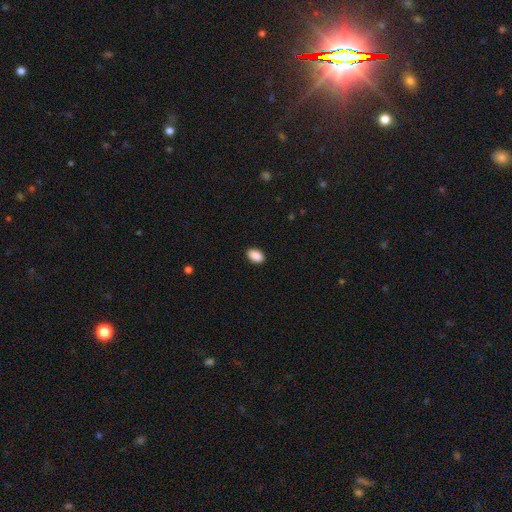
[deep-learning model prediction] A smooth galaxy with no disk features (90%) that is in between round and cigar-shaped (90%). Merging: none (89%).